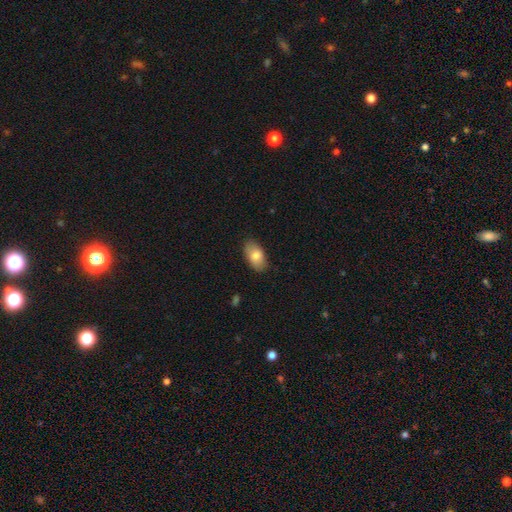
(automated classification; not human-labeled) The model was most divided on "smooth or featured": smooth: 80%, featured or disk: 13%, star or artifact: 6%. More confident: how rounded — in between (94%); merging — none (83%).